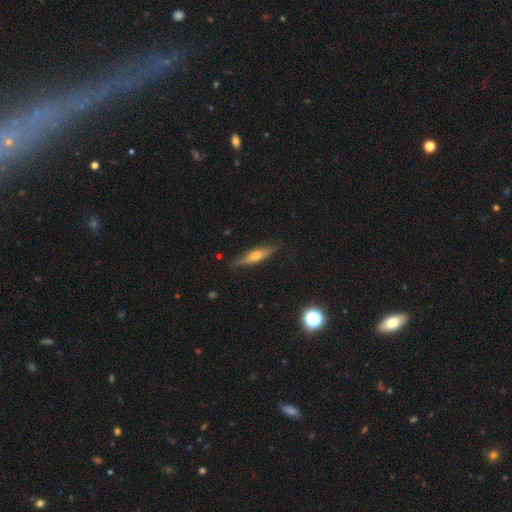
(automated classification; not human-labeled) Smooth or featured: featured or disk — 53% (smooth — 41%)
Edge-on disk: yes — 94% (no — 6%)
Merging: none — 84% (minor disturbance — 13%)